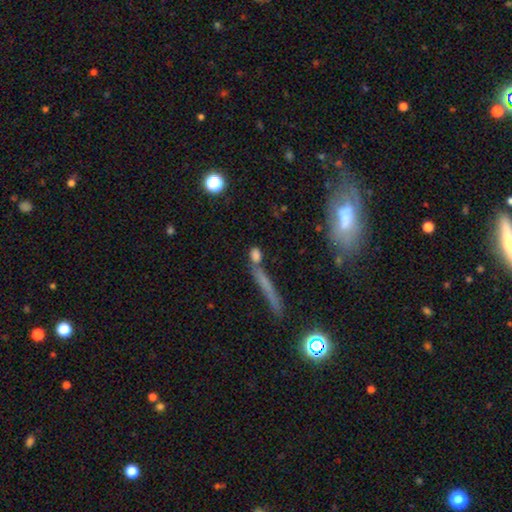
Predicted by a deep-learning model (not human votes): This appears to be a smooth galaxy with no disk features (75%) that is in between round and cigar-shaped (48%). Merging: none (55%).